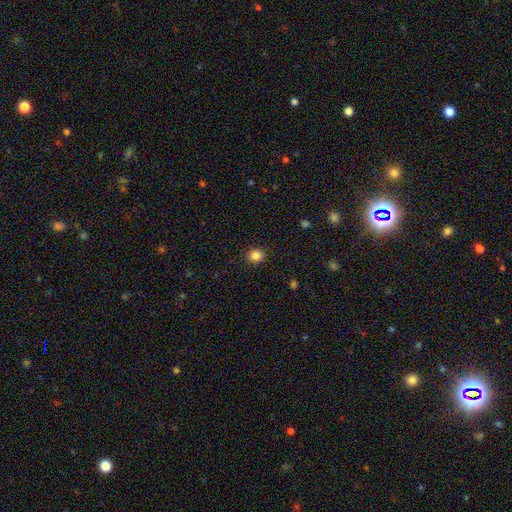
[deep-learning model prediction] Q: Smooth or featured?
A: smooth (85%); runner-up: star or artifact (11%)
Q: How rounded?
A: round (74%); runner-up: in between (25%)
Q: Merging?
A: none (91%); runner-up: minor disturbance (6%)